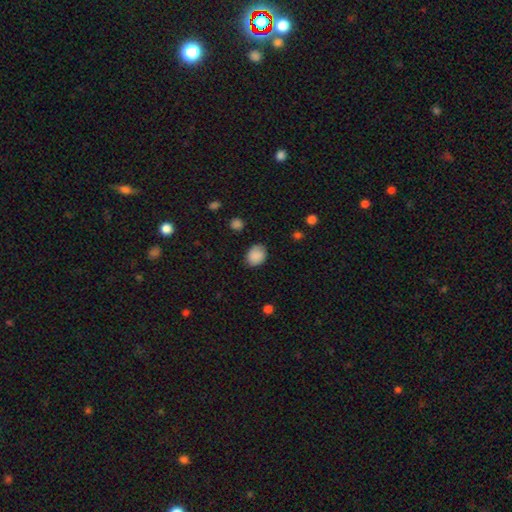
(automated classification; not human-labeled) Smooth or featured: smooth — 88% (star or artifact — 8%)
How rounded: in between — 55% (round — 44%)
Merging: none — 80% (minor disturbance — 15%)